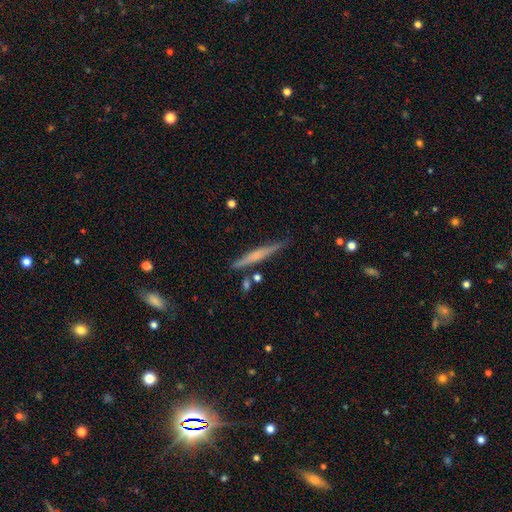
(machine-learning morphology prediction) Overall: featured or disk (53%; smooth 41%). Edge-on disk: yes (97%). Edge-on bulge: none (52%; rounded 37%). Merging: none (84%).